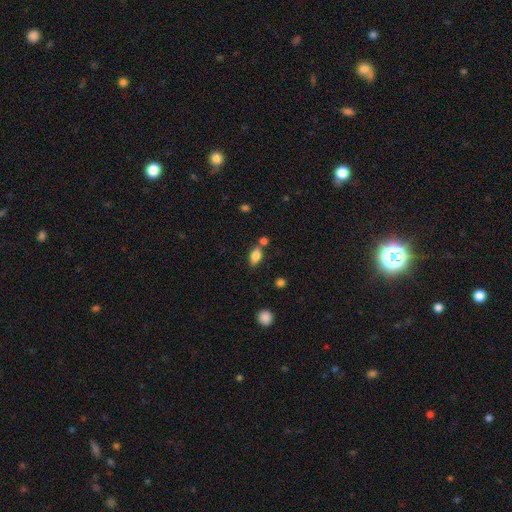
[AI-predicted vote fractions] The model was most divided on "merging": none: 68%, merger: 15%, minor disturbance: 13%, major disturbance: 4%. More confident: how rounded — in between (84%); smooth or featured — smooth (76%).